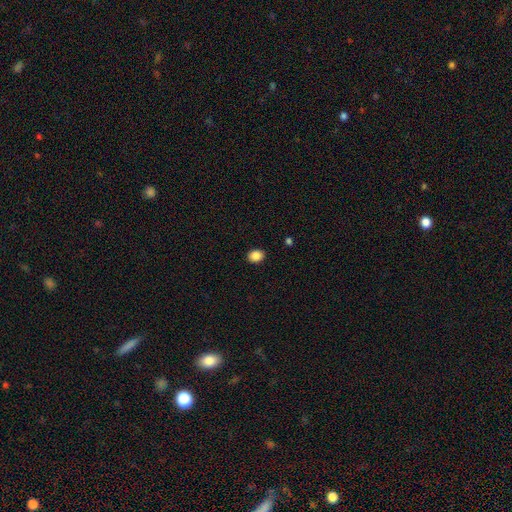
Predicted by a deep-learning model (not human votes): Overall: smooth (88%). How rounded: in between (53%; round 46%). Merging: none (90%).